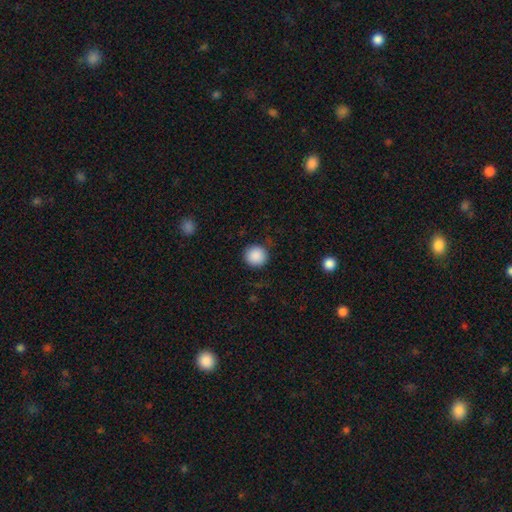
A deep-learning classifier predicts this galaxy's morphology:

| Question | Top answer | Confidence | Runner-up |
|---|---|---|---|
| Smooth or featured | smooth | 89% | star or artifact (8%) |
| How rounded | round | 94% | in between (5%) |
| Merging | none | 87% | minor disturbance (9%) |